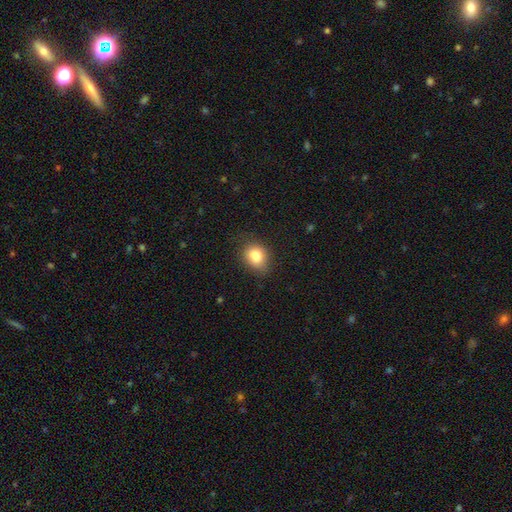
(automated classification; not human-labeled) Morphology: type=smooth (84%); roundness=in between (54%); merging=none (73%).